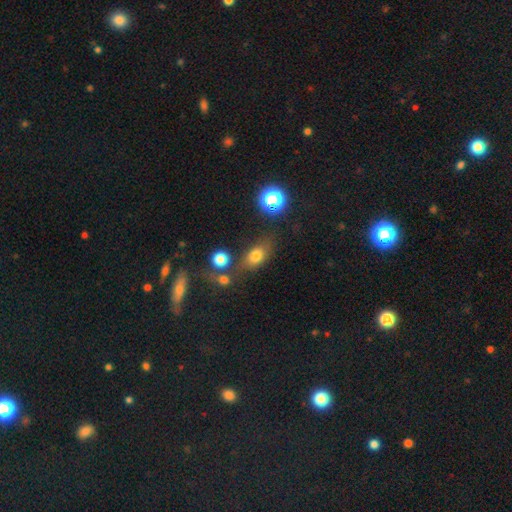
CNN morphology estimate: smooth-or-featured: smooth: 75% | star or artifact: 14% | featured or disk: 12%
  how-rounded: in between: 69% | round: 26% | cigar-shaped: 5%
  merging: none: 63% | minor disturbance: 17% | merger: 12% | major disturbance: 8%